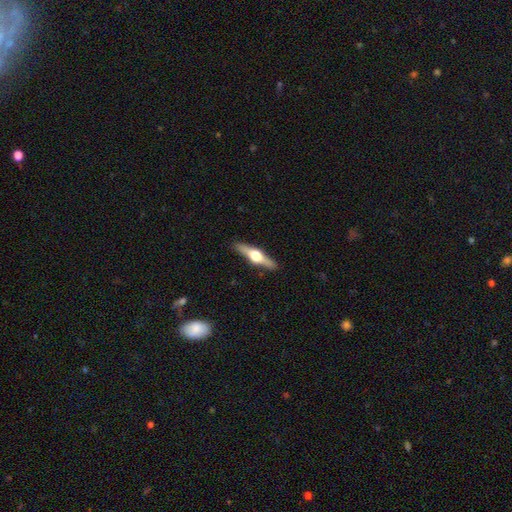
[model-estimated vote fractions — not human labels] Morphology: type=featured or disk (69%); edge-on=yes (97%); edge-on bulge=rounded (95%); merging=none (90%).